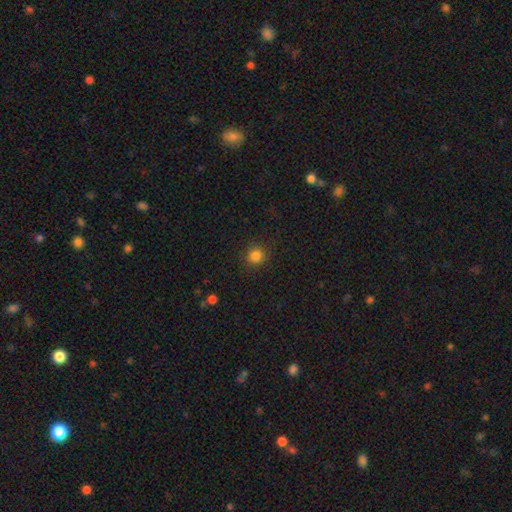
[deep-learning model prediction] smooth-or-featured: smooth: 83% | star or artifact: 13% | featured or disk: 4%
  how-rounded: round: 90% | in between: 9% | cigar-shaped: 1%
  merging: none: 87% | minor disturbance: 8% | major disturbance: 3% | merger: 1%